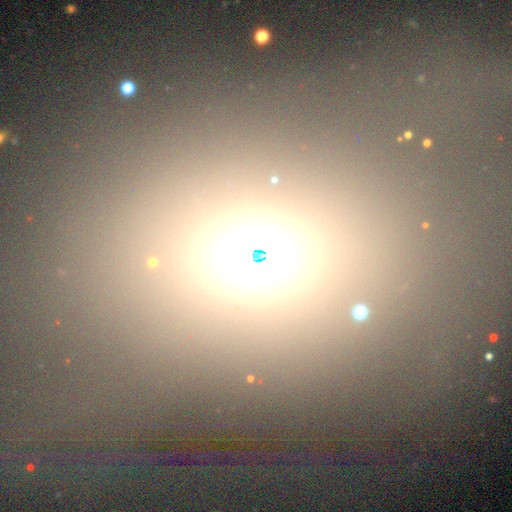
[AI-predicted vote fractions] A smooth galaxy with no disk features (54%) that is in between round and cigar-shaped (52%).

Vote fractions:
- Smooth or featured? smooth: 54% / star or artifact: 29% / featured or disk: 17%
- How rounded? in between: 52% / round: 45% / cigar-shaped: 4%
- Merging? none: 79% / minor disturbance: 10% / major disturbance: 6% / merger: 5%